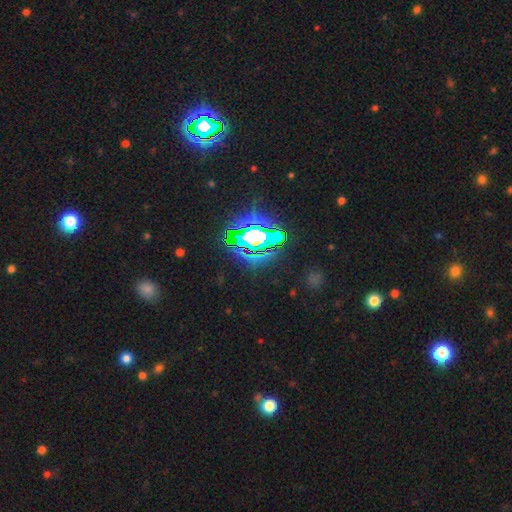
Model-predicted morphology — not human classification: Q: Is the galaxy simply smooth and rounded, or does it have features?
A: star or artifact — 75%.